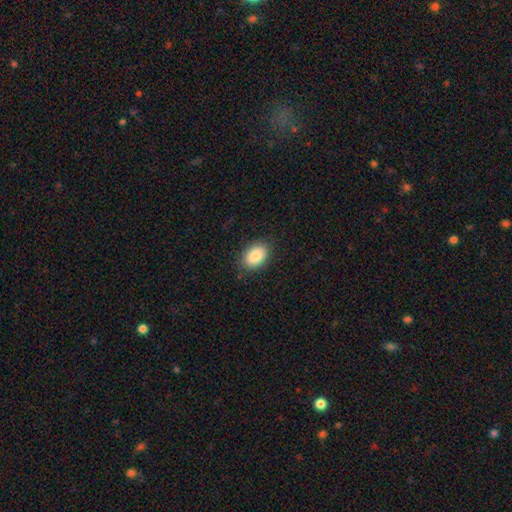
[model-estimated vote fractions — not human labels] smooth-or-featured: smooth: 86% | star or artifact: 8% | featured or disk: 6%
  how-rounded: in between: 82% | round: 17% | cigar-shaped: 1%
  merging: none: 85% | minor disturbance: 11% | major disturbance: 3% | merger: 1%